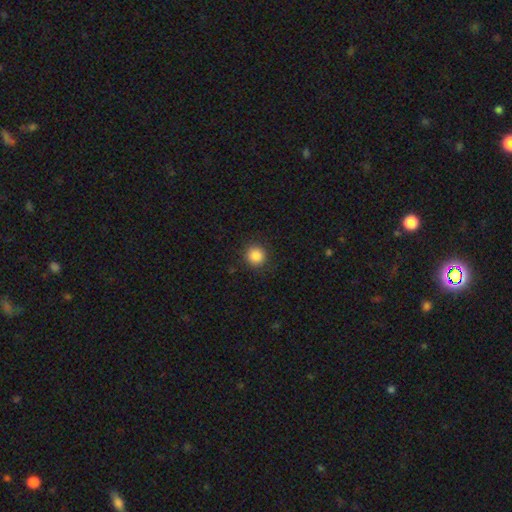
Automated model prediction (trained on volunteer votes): Smooth or featured?
  - smooth: 86% *
  - star or artifact: 10%
  - featured or disk: 4%
How rounded?
  - round: 93% *
  - in between: 6%
  - cigar-shaped: 1%
Merging?
  - none: 90% *
  - minor disturbance: 7%
  - major disturbance: 2%
  - merger: 1%